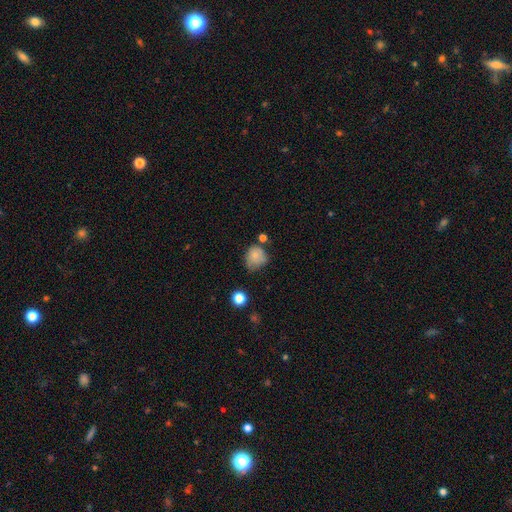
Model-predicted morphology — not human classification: type=smooth (78%); roundness=round (74%); merging=none (48%).